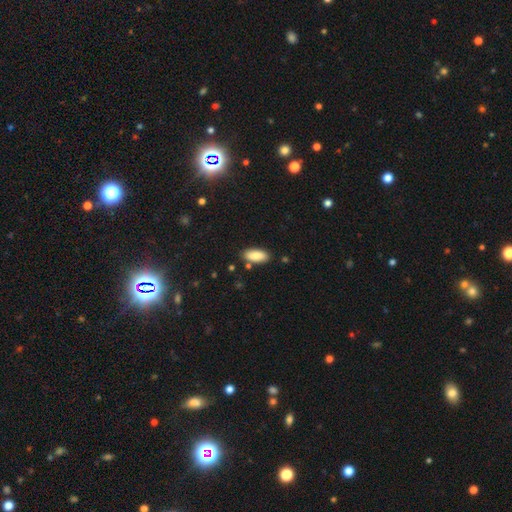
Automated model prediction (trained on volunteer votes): smooth 87%, star or artifact 7%, featured or disk 6%. Down the decision tree: how rounded — in between (87%); merging — none (84%).